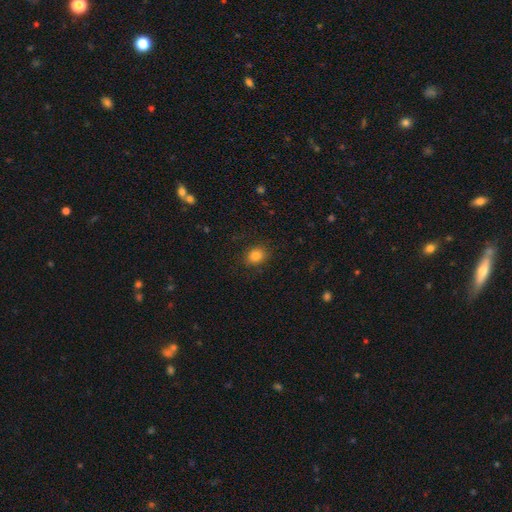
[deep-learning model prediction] This appears to be a smooth galaxy with no disk features (83%) that is round (54%). Merging: none (87%).